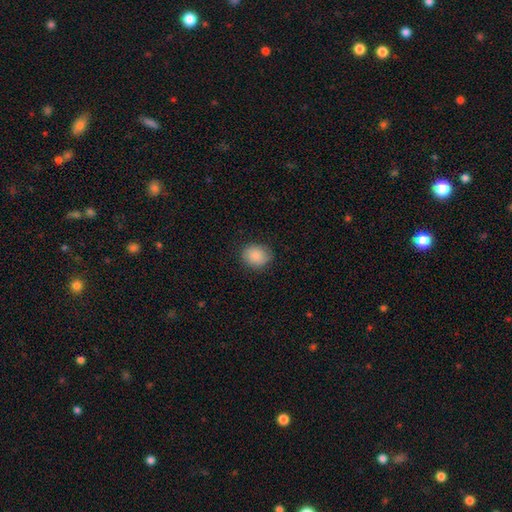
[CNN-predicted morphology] smooth 88%, star or artifact 8%, featured or disk 5%. Down the decision tree: how rounded — round (65%); merging — none (82%).